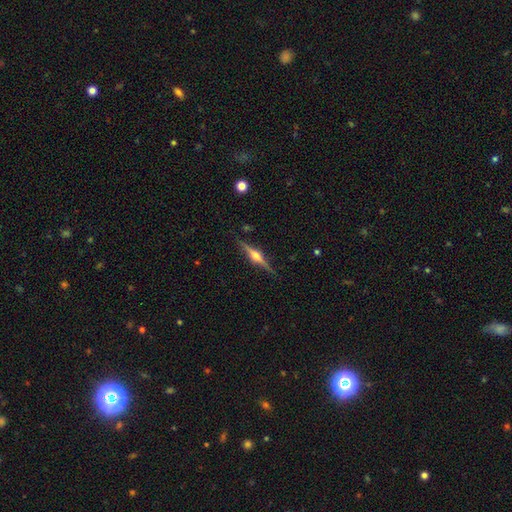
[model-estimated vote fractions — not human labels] Q: Smooth or featured?
A: featured or disk (81%); runner-up: smooth (12%)
Q: Edge-on disk?
A: yes (98%); runner-up: no (2%)
Q: Edge-on bulge?
A: rounded (93%); runner-up: boxy (5%)
Q: Merging?
A: none (89%); runner-up: minor disturbance (8%)